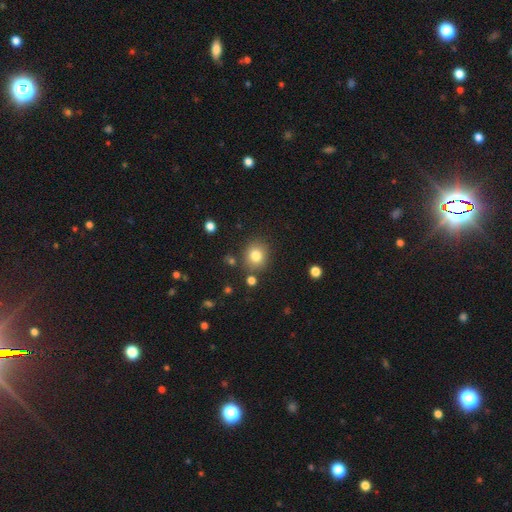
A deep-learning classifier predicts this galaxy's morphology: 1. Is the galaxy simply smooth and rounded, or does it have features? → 81% smooth, 11% star or artifact, 8% featured or disk.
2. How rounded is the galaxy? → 79% round, 20% in between, 1% cigar-shaped.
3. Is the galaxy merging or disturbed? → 83% none, 9% minor disturbance, 5% merger, 3% major disturbance.